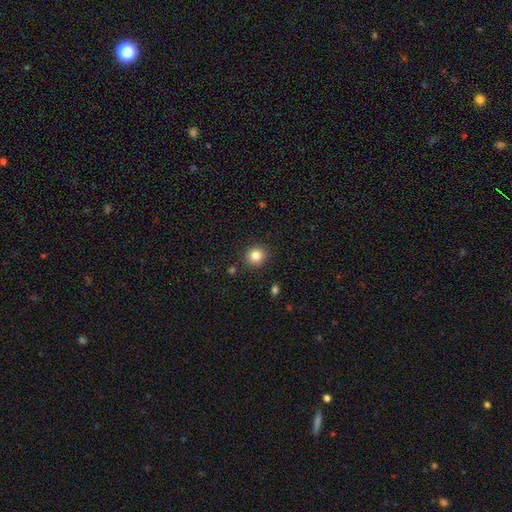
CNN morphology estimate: smooth_or_featured: smooth (p=0.83) [alt: star or artifact p=0.11]
how_rounded: round (p=0.89) [alt: in between p=0.10]
merging: none (p=0.91) [alt: minor disturbance p=0.06]